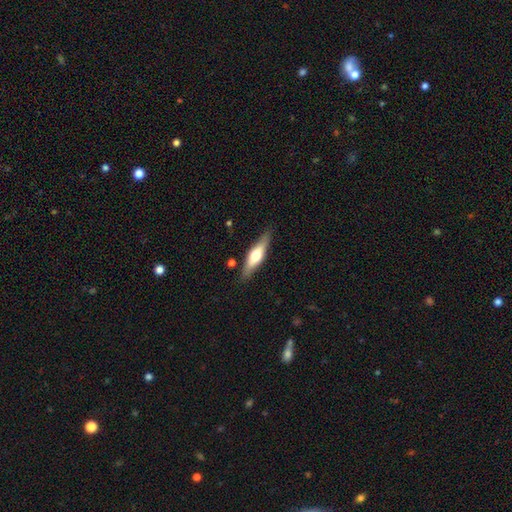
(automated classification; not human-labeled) The model was most divided on "smooth or featured": featured or disk: 48%, smooth: 47%, star or artifact: 6%. More confident: merging — none (84%).